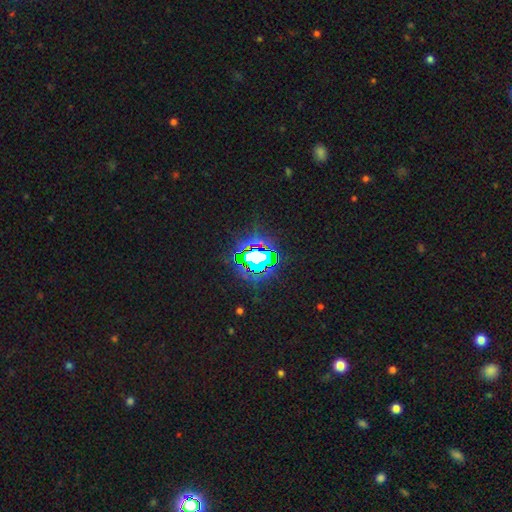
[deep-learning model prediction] Smooth or featured? star or artifact (72%)